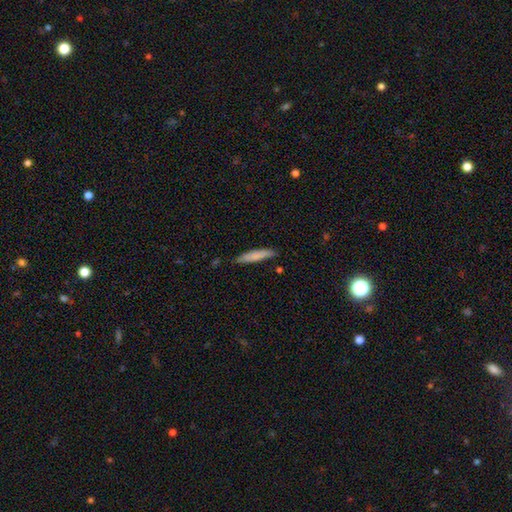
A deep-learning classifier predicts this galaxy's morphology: Smooth or featured? Predicted: smooth (p=0.77). How rounded? Predicted: cigar-shaped (p=0.89). Merging? Predicted: none (p=0.80).